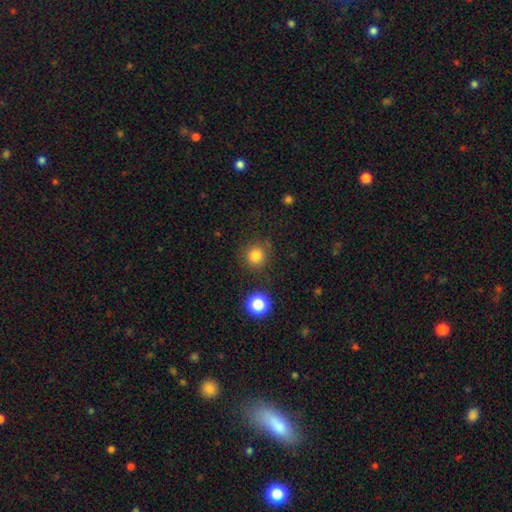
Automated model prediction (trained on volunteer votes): The model was most divided on "smooth or featured": smooth: 82%, star or artifact: 13%, featured or disk: 5%. More confident: how rounded — round (92%); merging — none (83%).